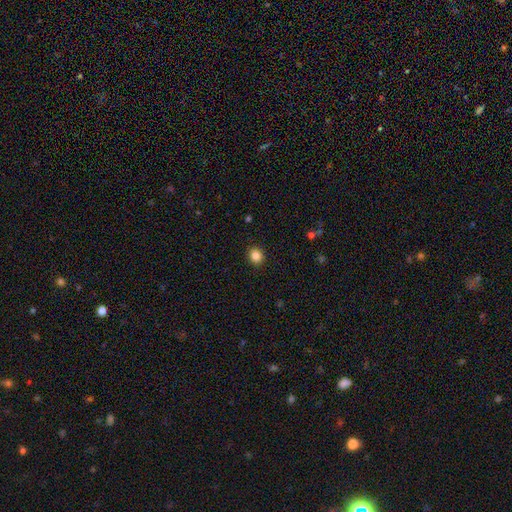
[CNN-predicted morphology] smooth 85%, star or artifact 11%, featured or disk 4%. Down the decision tree: how rounded — round (79%); merging — none (91%).